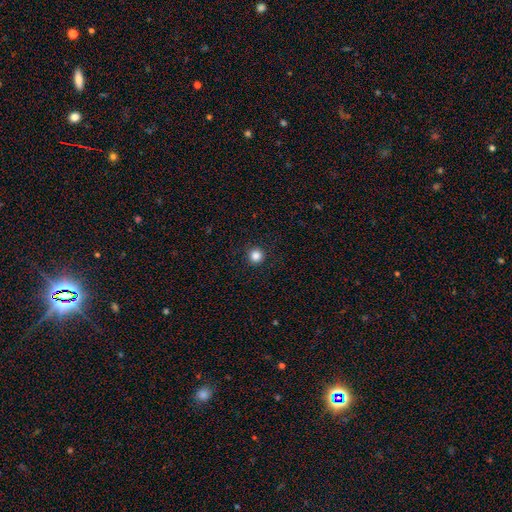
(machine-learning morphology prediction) smooth 85%, star or artifact 12%, featured or disk 3%. Down the decision tree: how rounded — round (96%); merging — none (92%).